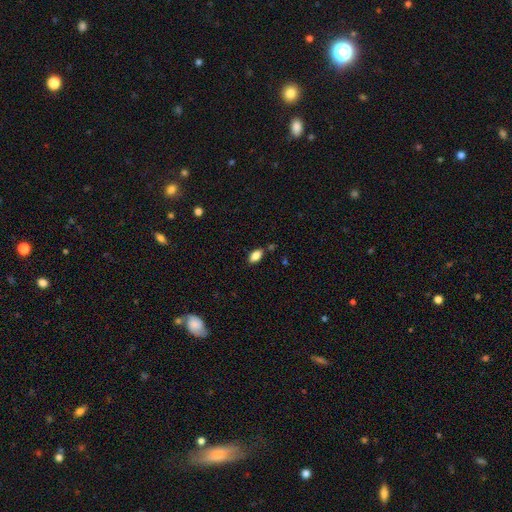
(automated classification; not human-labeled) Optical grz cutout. It shows a smooth galaxy with no disk features (85%) that is in between round and cigar-shaped (91%). Merging: none (79%).